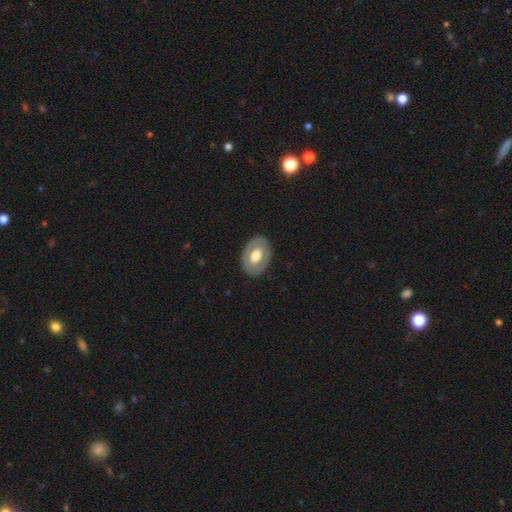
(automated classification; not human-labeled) smooth-or-featured: smooth: 50% | featured or disk: 45% | star or artifact: 5%
  merging: none: 84% | minor disturbance: 11% | major disturbance: 4% | merger: 1%